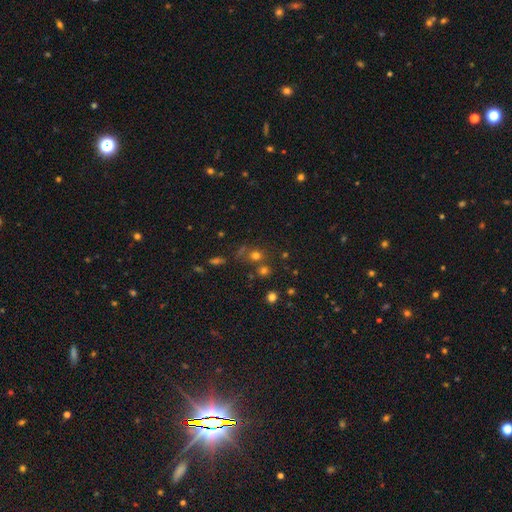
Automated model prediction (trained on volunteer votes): Smooth or featured: smooth — 62% (star or artifact — 28%)
How rounded: round — 85% (in between — 14%)
Merging: none — 63% (merger — 22%)